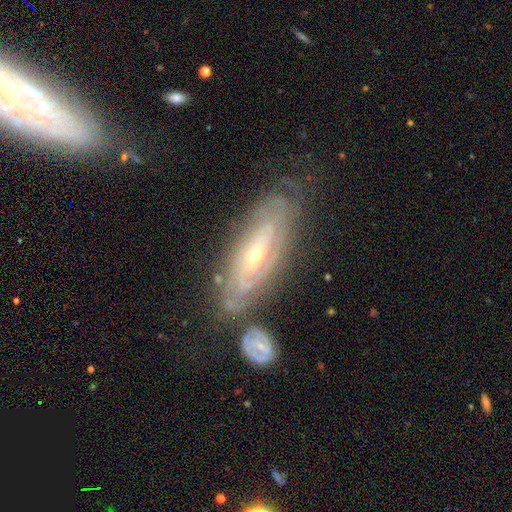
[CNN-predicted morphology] A featured or disk galaxy (78%) with no bar (62%), spiral arms (80%) and a small central bulge (64%). Merging: none (65%).